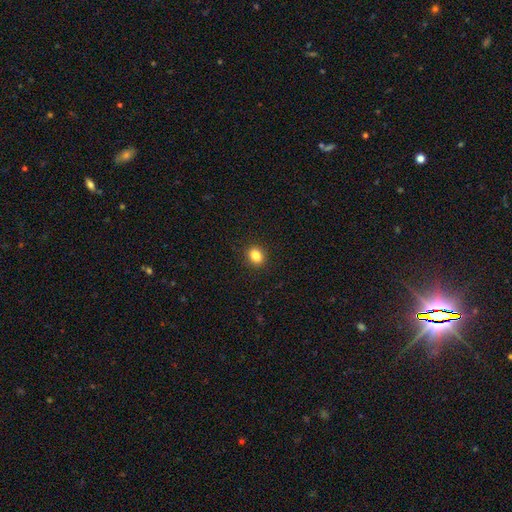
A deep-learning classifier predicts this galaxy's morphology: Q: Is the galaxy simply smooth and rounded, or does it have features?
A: smooth — 84%.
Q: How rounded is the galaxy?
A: round — 60%.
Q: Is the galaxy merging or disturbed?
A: none — 91%.